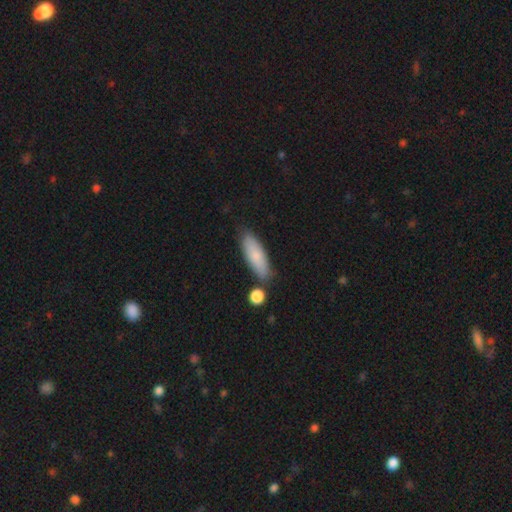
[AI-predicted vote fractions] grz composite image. It shows a smooth galaxy with no disk features (78%) that is in between round and cigar-shaped (57%). Merging: none (76%).